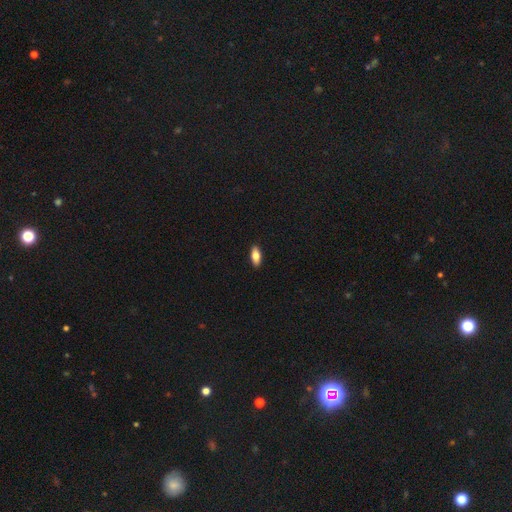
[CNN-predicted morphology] Smooth or featured?
  - smooth: 80% *
  - featured or disk: 13%
  - star or artifact: 7%
How rounded?
  - in between: 83% *
  - cigar-shaped: 14%
  - round: 2%
Merging?
  - none: 90% *
  - minor disturbance: 7%
  - major disturbance: 2%
  - merger: 1%